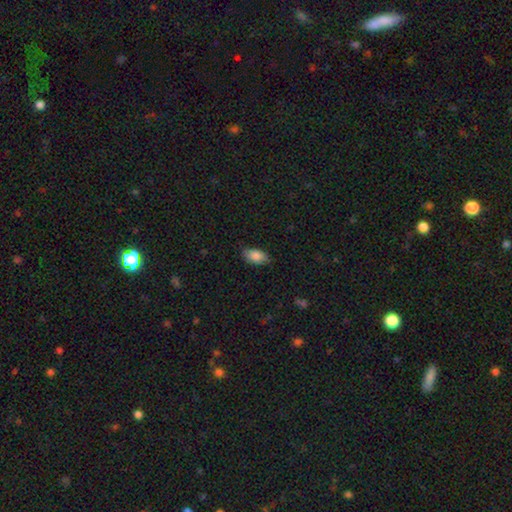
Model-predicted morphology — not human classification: Smooth or featured?
  - smooth: 86% *
  - star or artifact: 7%
  - featured or disk: 7%
How rounded?
  - in between: 93% *
  - round: 4%
  - cigar-shaped: 3%
Merging?
  - none: 79% *
  - minor disturbance: 17%
  - major disturbance: 3%
  - merger: 1%